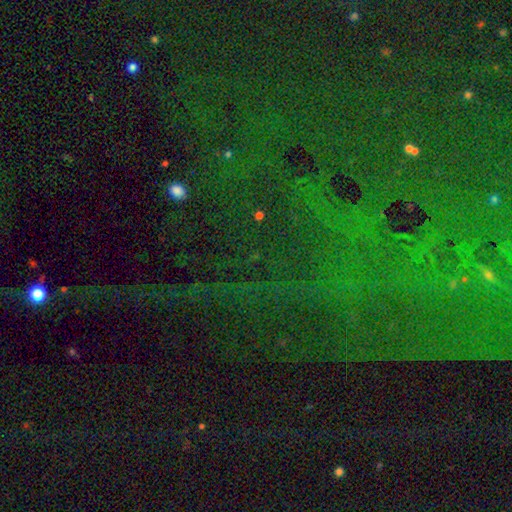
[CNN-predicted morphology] Smooth or featured? Predicted: star or artifact (p=0.80).